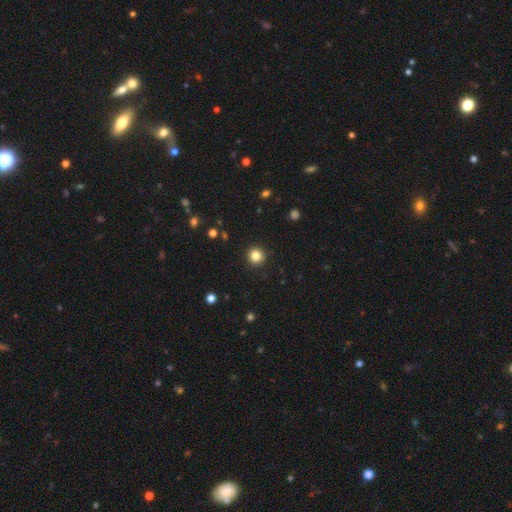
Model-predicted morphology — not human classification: Smooth or featured: smooth — 84% (star or artifact — 12%)
How rounded: round — 95% (in between — 4%)
Merging: none — 93% (minor disturbance — 5%)